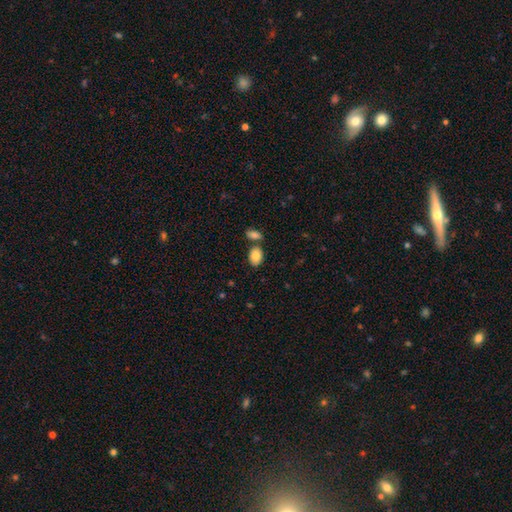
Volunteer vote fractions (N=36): Morphology: type=smooth (94%); roundness=in between (76%); merging=none (69%).